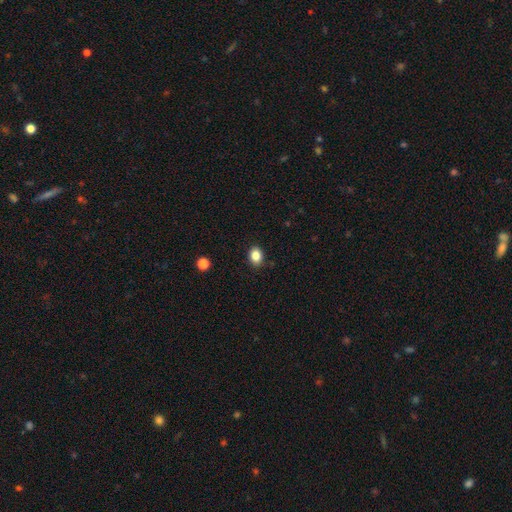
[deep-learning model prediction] Morphology: type=smooth (85%); roundness=in between (61%); merging=none (89%).